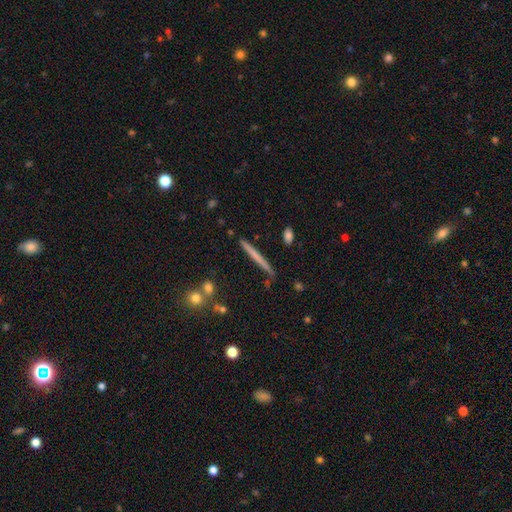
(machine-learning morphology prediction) smooth-or-featured: smooth: 53% | featured or disk: 41% | star or artifact: 7%
  how-rounded: cigar-shaped: 96% | in between: 2% | round: 2%
  merging: none: 87% | minor disturbance: 9% | merger: 2% | major disturbance: 2%